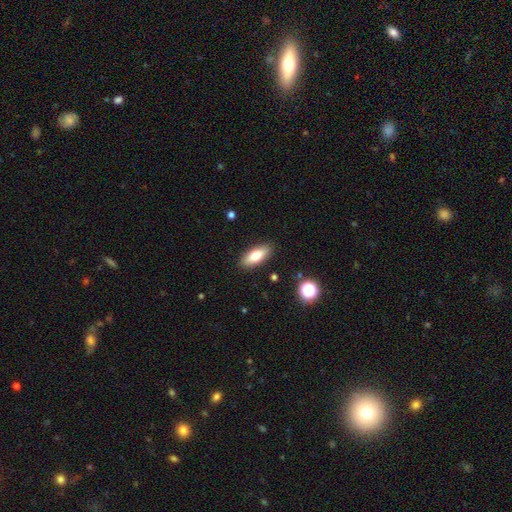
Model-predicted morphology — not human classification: A smooth galaxy with no disk features (76%) that is in between round and cigar-shaped (76%).

Vote fractions:
- Smooth or featured? smooth: 76% / featured or disk: 17% / star or artifact: 7%
- How rounded? in between: 76% / cigar-shaped: 21% / round: 3%
- Merging? none: 88% / minor disturbance: 9% / major disturbance: 2% / merger: 1%